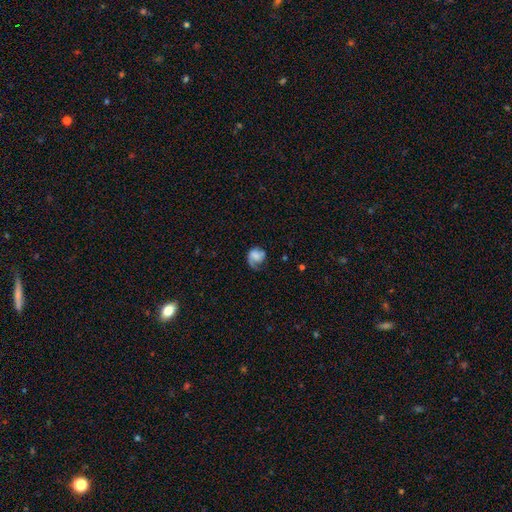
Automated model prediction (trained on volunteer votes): This is possibly a smooth galaxy (50%). Merging: marginally none (40%).